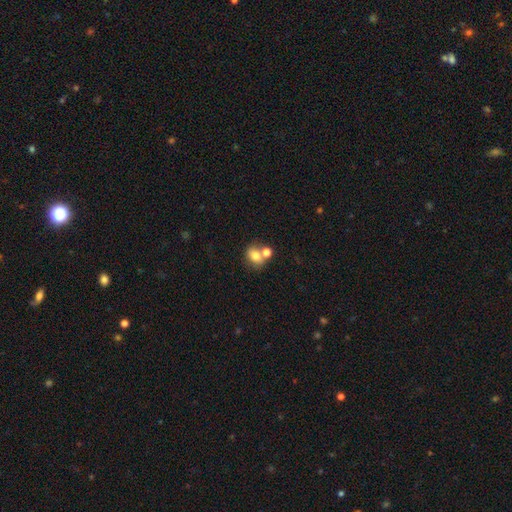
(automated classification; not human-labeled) A smooth galaxy with no disk features (75%) that is round (51%). Merging: none (46%).